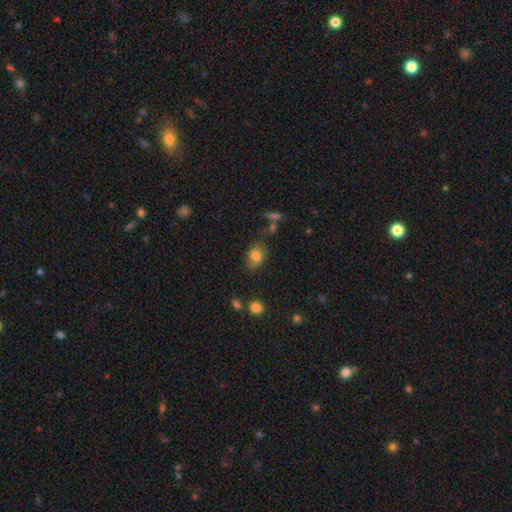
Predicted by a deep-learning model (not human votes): Smooth or featured: smooth — 81% (star or artifact — 10%)
How rounded: in between — 69% (round — 29%)
Merging: none — 69% (minor disturbance — 20%)